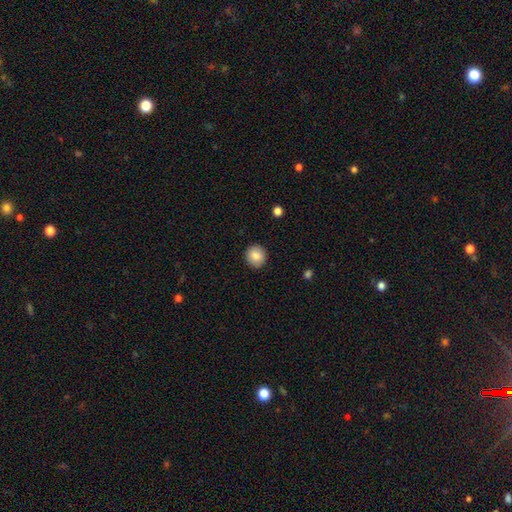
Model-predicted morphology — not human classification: Smooth or featured?
  - smooth: 85% *
  - star or artifact: 8%
  - featured or disk: 7%
How rounded?
  - round: 92% *
  - in between: 7%
  - cigar-shaped: 1%
Merging?
  - none: 91% *
  - minor disturbance: 6%
  - major disturbance: 2%
  - merger: 1%